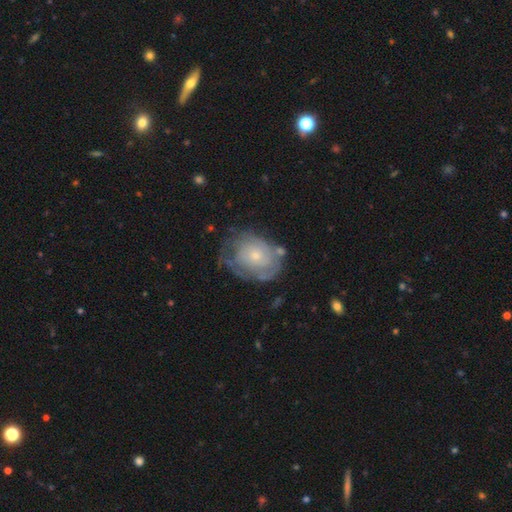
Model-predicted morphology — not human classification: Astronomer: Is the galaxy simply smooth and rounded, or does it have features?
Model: featured or disk — 64%.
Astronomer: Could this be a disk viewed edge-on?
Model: no — 97%.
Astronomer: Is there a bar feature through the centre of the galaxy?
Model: no — 83%.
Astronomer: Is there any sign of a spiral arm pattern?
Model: yes — 69%.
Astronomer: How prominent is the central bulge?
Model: small — 63%.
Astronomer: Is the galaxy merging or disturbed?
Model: none — 53%.